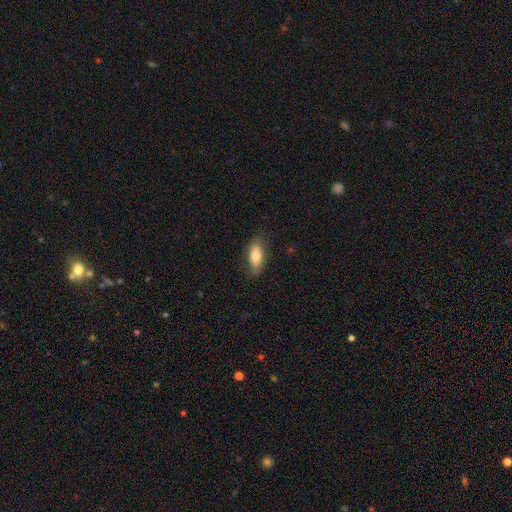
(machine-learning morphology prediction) Smooth or featured?
  - smooth: 73% *
  - featured or disk: 21%
  - star or artifact: 6%
How rounded?
  - in between: 80% *
  - cigar-shaped: 17%
  - round: 3%
Merging?
  - none: 79% *
  - minor disturbance: 17%
  - major disturbance: 4%
  - merger: 1%